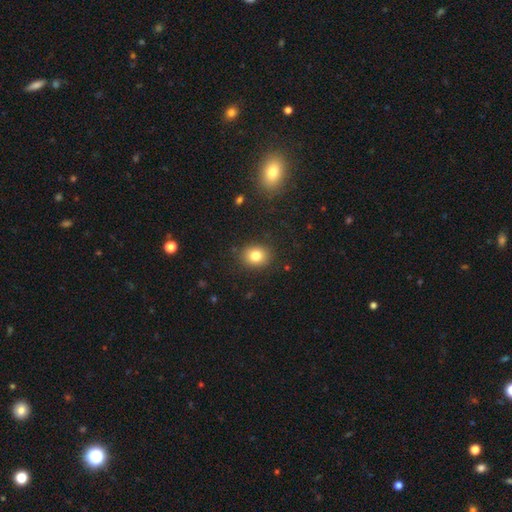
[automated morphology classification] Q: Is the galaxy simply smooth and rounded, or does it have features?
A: smooth — 81%.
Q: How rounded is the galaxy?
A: round — 70%.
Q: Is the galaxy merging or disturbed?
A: none — 88%.